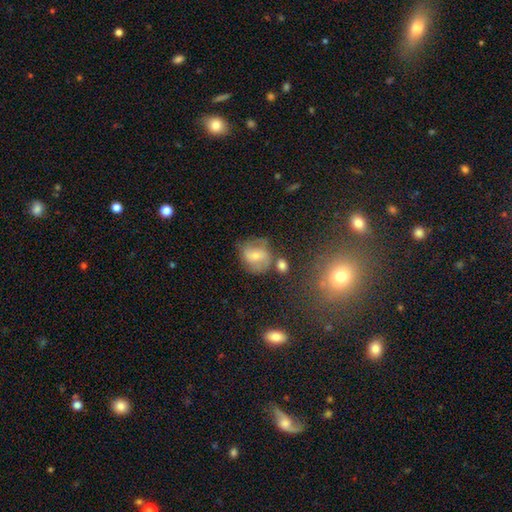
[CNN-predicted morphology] A smooth galaxy with no disk features (47%). Merging: none (54%).